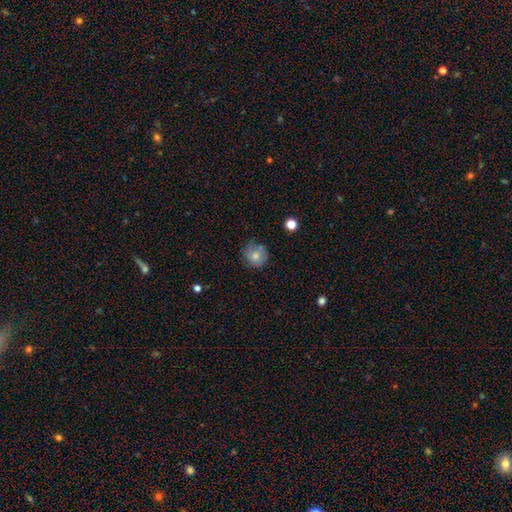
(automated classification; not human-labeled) Q: Smooth or featured?
A: smooth (72%); runner-up: featured or disk (19%)
Q: How rounded?
A: round (86%); runner-up: in between (13%)
Q: Merging?
A: none (65%); runner-up: minor disturbance (25%)